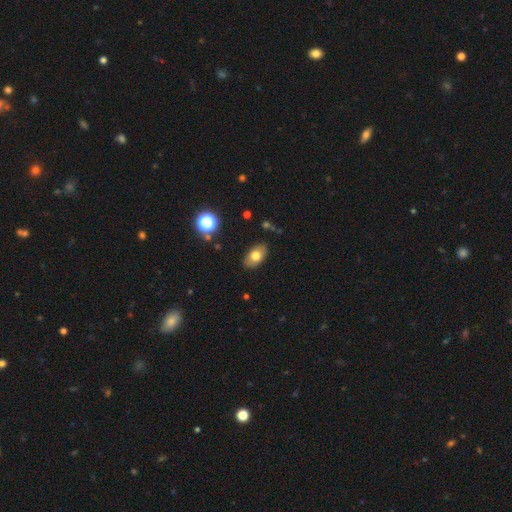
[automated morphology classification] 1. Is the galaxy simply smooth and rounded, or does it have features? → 74% smooth, 17% featured or disk, 9% star or artifact.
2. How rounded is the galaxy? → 89% in between, 9% round, 2% cigar-shaped.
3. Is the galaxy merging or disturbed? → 85% none, 11% minor disturbance, 3% major disturbance, 2% merger.